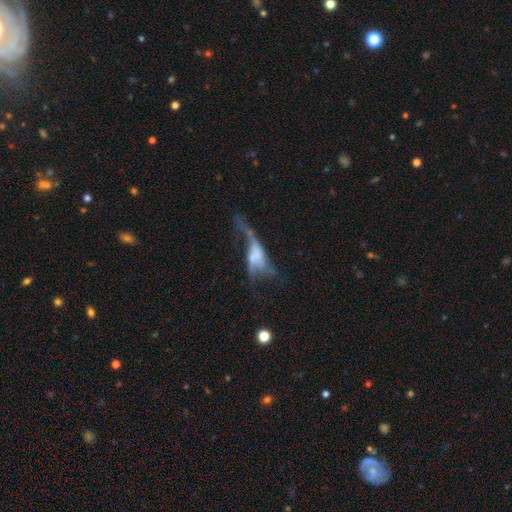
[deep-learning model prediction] Smooth or featured: featured or disk — 54% (smooth — 34%)
Edge-on disk: no — 82% (yes — 18%)
Merging: major disturbance — 54% (merger — 19%)